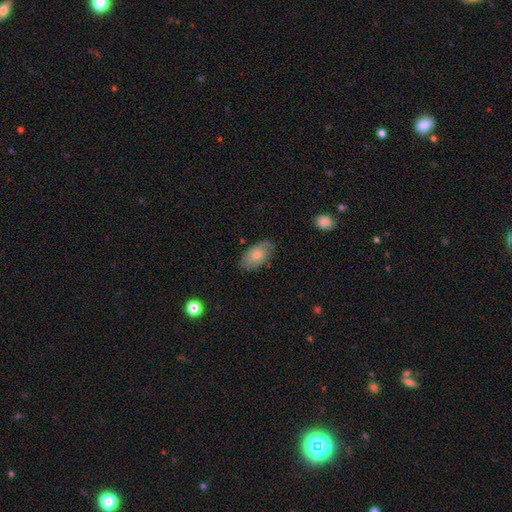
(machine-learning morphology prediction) The model was most divided on "smooth or featured": smooth: 54%, featured or disk: 38%, star or artifact: 8%. More confident: how rounded — in between (92%); merging — none (78%).